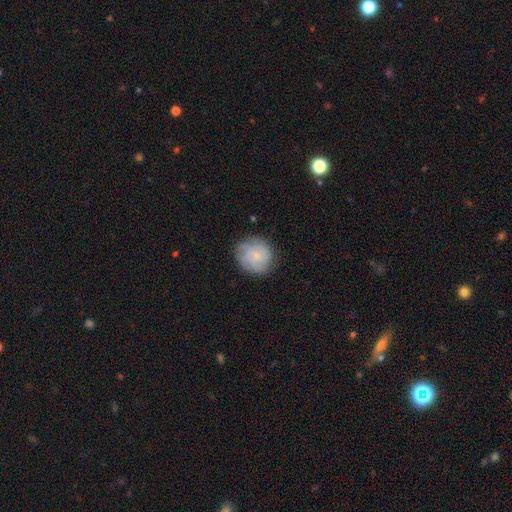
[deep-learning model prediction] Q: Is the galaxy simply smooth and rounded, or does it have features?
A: smooth — 54%.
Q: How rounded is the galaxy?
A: round — 86%.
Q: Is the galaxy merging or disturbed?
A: none — 78%.